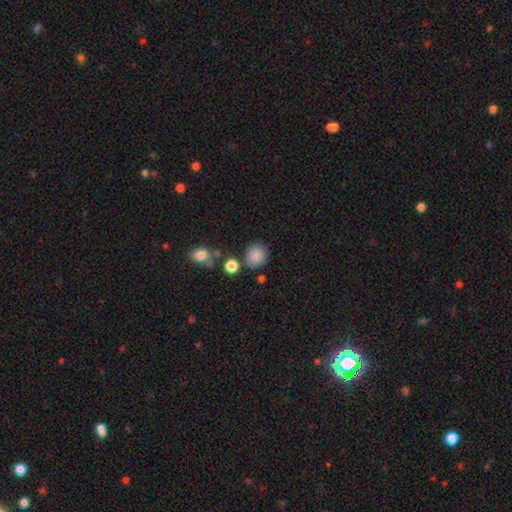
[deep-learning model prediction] Smooth or featured? Predicted: smooth (p=0.86). How rounded? Predicted: round (p=0.78). Merging? Predicted: none (p=0.74).